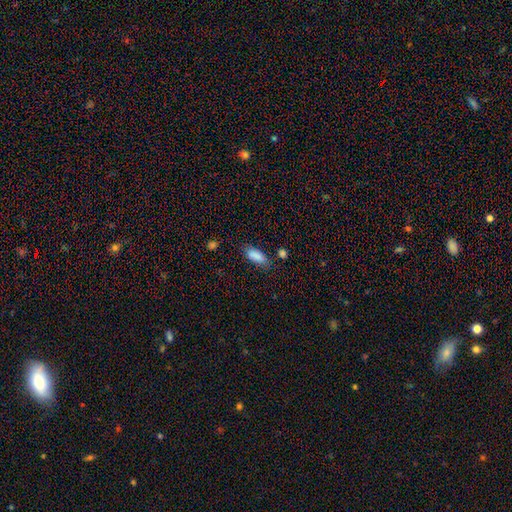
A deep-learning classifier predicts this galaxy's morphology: Smooth or featured? Predicted: smooth (p=0.86). How rounded? Predicted: in between (p=0.75). Merging? Predicted: none (p=0.70).